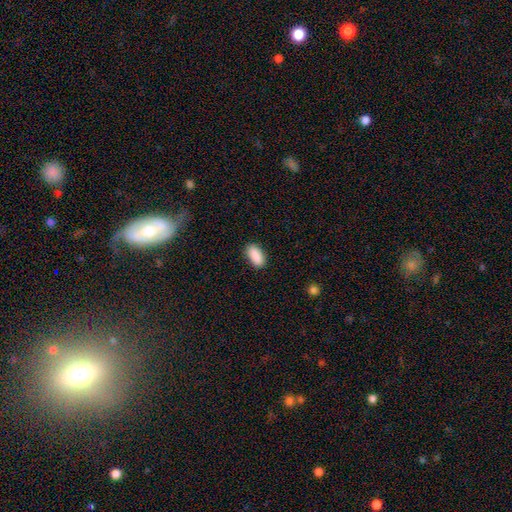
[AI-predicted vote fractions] smooth_or_featured: smooth (p=0.90) [alt: star or artifact p=0.07]
how_rounded: in between (p=0.91) [alt: cigar-shaped p=0.06]
merging: none (p=0.87) [alt: minor disturbance p=0.09]